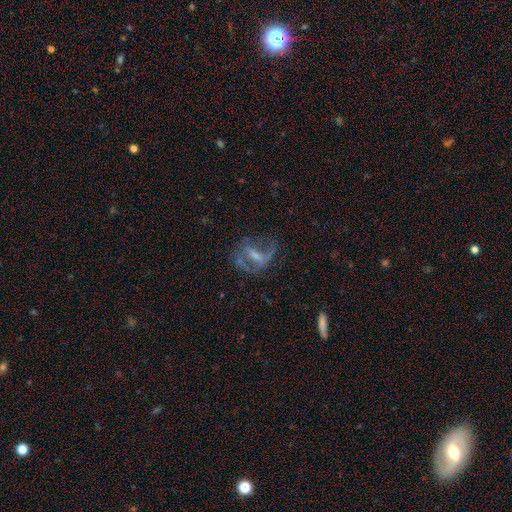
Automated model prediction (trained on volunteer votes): Overall: featured or disk (66%). Edge-on disk: no (94%). Bar: weak (40%; no 33%). Spiral arms: yes (55%; no 45%). Bulge size: small (44%; moderate 30%). Merging: none (44%; major disturbance 33%).